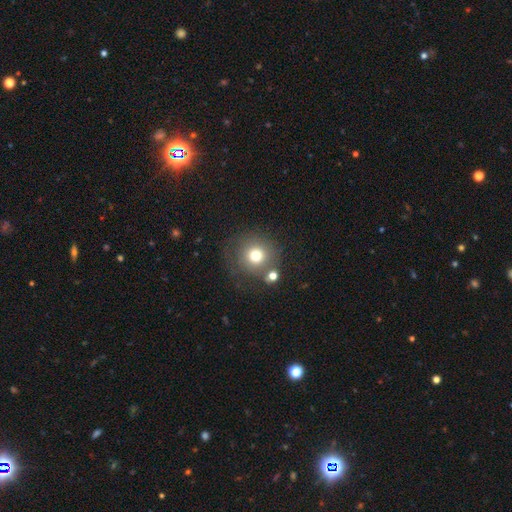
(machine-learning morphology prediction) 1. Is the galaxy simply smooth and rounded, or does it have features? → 73% smooth, 14% featured or disk, 13% star or artifact.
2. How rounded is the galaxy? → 92% round, 7% in between, 1% cigar-shaped.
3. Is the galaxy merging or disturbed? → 69% none, 12% minor disturbance, 11% merger, 7% major disturbance.